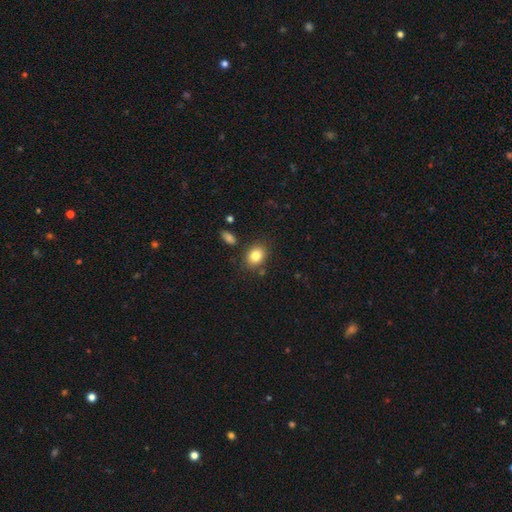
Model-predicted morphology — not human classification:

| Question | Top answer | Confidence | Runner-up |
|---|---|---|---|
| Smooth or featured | smooth | 83% | star or artifact (9%) |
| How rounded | in between | 54% | round (45%) |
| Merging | none | 81% | minor disturbance (11%) |